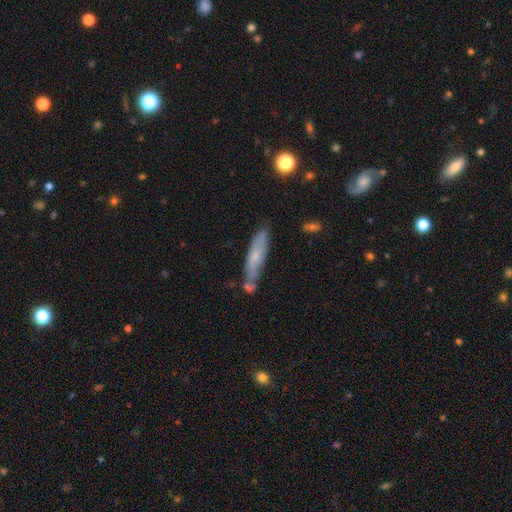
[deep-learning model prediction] Morphology: type=smooth (57%); roundness=cigar-shaped (84%); merging=none (67%).